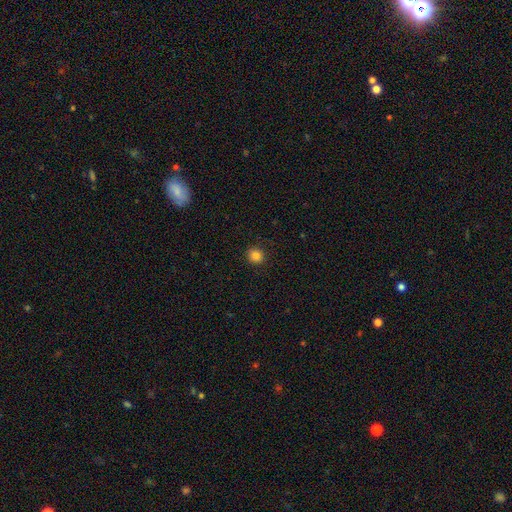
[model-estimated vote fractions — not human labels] The model was most divided on "how rounded": round: 86%, in between: 13%, cigar-shaped: 1%. More confident: merging — none (90%); smooth or featured — smooth (85%).